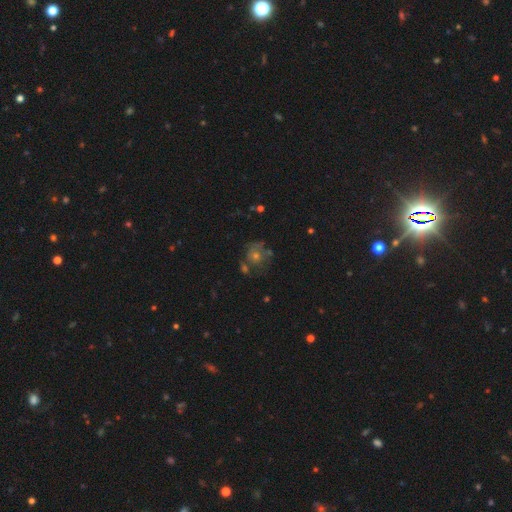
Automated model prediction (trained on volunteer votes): This is marginally a featured or disk galaxy (39%). Merging: likely none (60%).